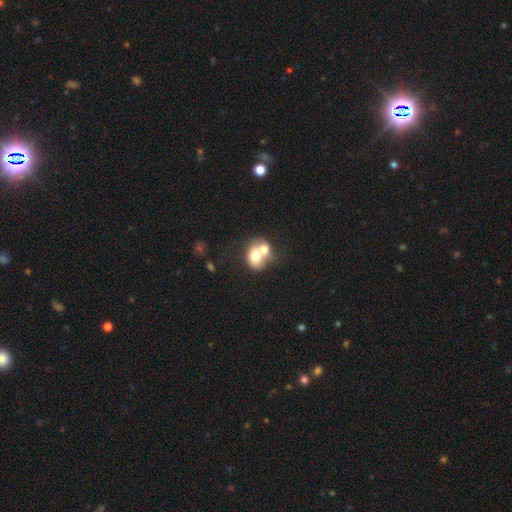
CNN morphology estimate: Smooth or featured? Predicted: smooth (p=0.66). How rounded? Predicted: round (p=0.53). Merging? Predicted: merger (p=0.73).